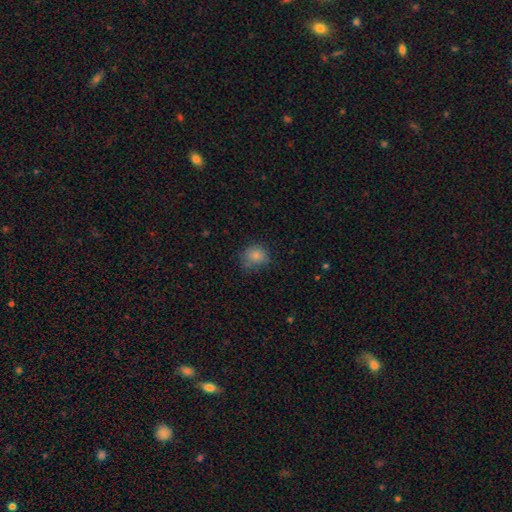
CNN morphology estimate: Q: Smooth or featured?
A: smooth (82%); runner-up: star or artifact (11%)
Q: How rounded?
A: round (76%); runner-up: in between (24%)
Q: Merging?
A: none (69%); runner-up: minor disturbance (22%)